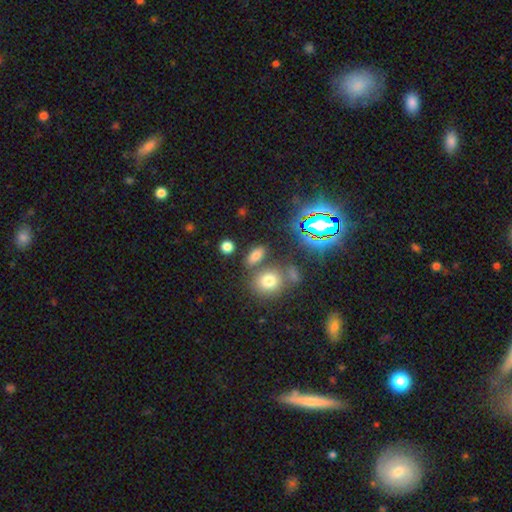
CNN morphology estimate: The model was most divided on "smooth or featured": smooth: 70%, star or artifact: 22%, featured or disk: 8%. More confident: merging — none (74%); how rounded — in between (73%).